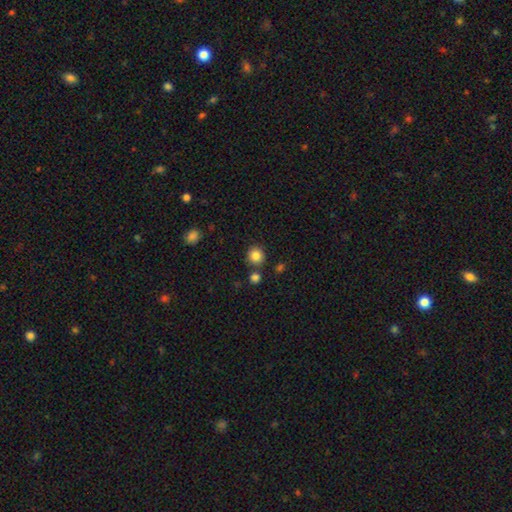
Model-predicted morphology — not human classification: Smooth or featured? smooth (84%)
How rounded? round (91%)
Merging? none (82%)